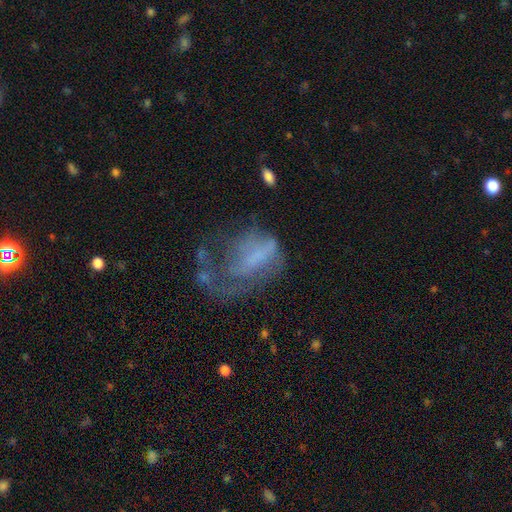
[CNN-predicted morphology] Smooth or featured? Predicted: featured or disk (p=0.57). Edge-on disk? Predicted: no (p=0.96). Bar? Predicted: no (p=0.61). Spiral arms? Predicted: no (p=0.57). Bulge size? Predicted: none (p=0.57). Merging? Predicted: major disturbance (p=0.55).